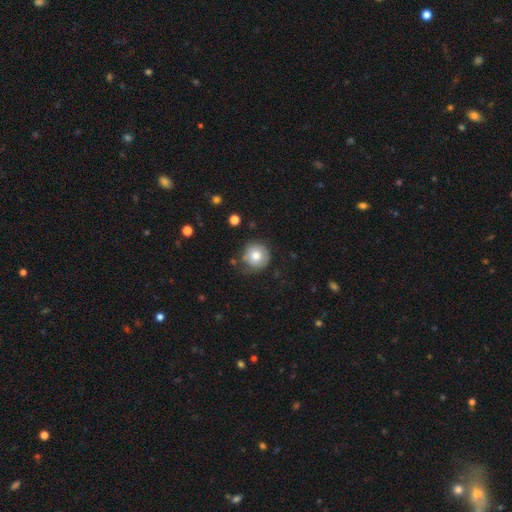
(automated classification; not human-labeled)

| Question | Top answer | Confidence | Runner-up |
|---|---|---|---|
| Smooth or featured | smooth | 77% | featured or disk (14%) |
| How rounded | round | 94% | in between (5%) |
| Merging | none | 75% | minor disturbance (18%) |